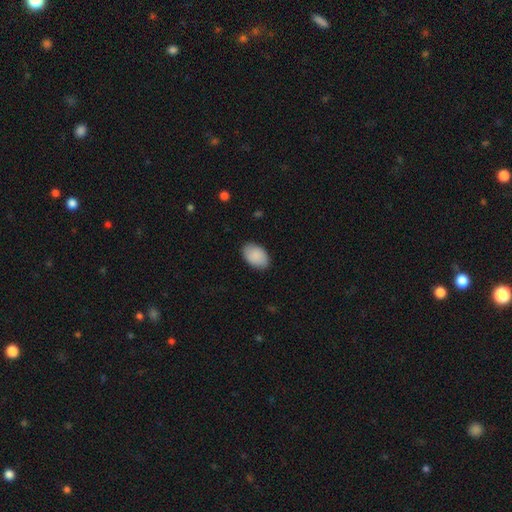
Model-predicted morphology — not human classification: Smooth or featured?
  - smooth: 90% *
  - star or artifact: 6%
  - featured or disk: 4%
How rounded?
  - in between: 92% *
  - round: 7%
  - cigar-shaped: 1%
Merging?
  - none: 86% *
  - minor disturbance: 11%
  - major disturbance: 2%
  - merger: 1%